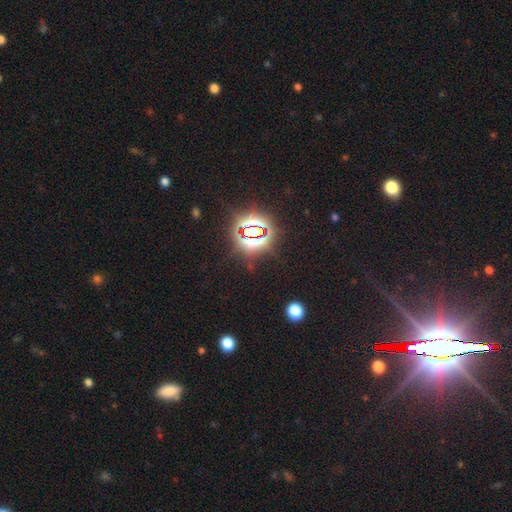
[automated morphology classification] Smooth or featured?
  - star or artifact: 83% *
  - smooth: 9%
  - featured or disk: 8%